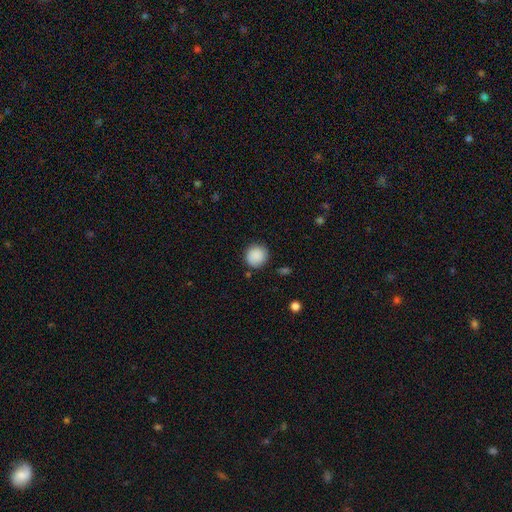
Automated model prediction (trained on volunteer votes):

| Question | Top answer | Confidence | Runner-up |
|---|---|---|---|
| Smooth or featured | smooth | 88% | star or artifact (8%) |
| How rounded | round | 92% | in between (7%) |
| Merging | none | 85% | minor disturbance (11%) |